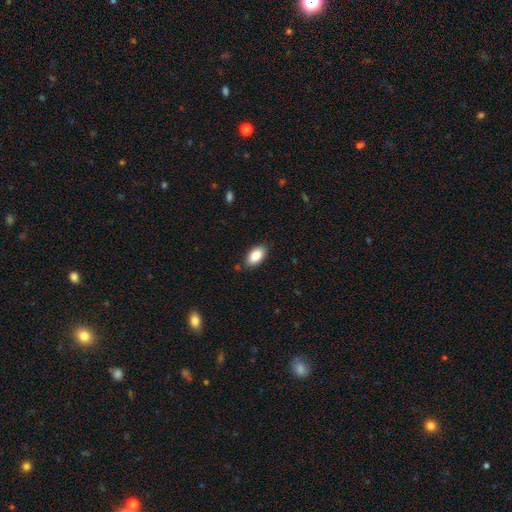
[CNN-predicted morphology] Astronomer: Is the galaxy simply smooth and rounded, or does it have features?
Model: smooth — 86%.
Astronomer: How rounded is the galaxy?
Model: in between — 94%.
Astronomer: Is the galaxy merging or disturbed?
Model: none — 86%.